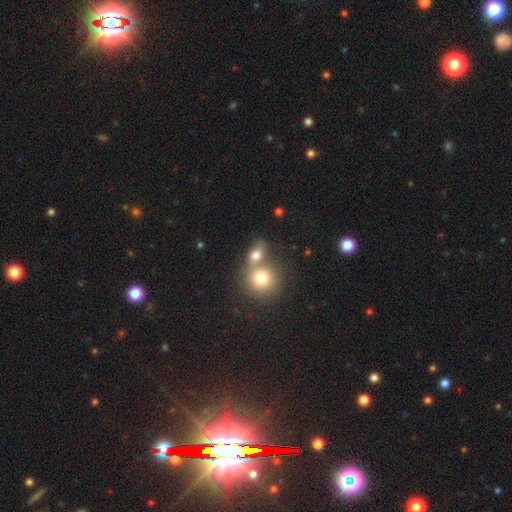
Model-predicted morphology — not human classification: type=smooth (75%); roundness=round (52%); merging=merger (59%).